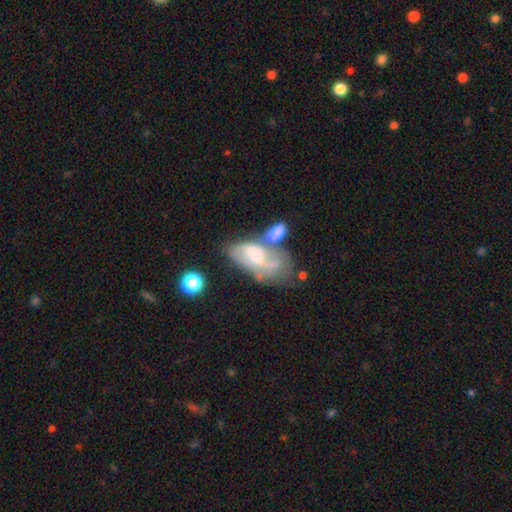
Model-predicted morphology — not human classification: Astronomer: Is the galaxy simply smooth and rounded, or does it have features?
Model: featured or disk — 70%.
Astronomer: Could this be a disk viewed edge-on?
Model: no — 94%.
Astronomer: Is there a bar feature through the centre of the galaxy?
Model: no — 52% (runner-up: weak, 38%).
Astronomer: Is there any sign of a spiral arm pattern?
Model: yes — 83%.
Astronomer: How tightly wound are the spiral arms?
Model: medium — 45% (runner-up: loose, 31%).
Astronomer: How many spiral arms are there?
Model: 2 — 64%.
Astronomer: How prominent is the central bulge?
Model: moderate — 48% (runner-up: small, 44%).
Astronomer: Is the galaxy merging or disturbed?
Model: merger — 36% (runner-up: none, 32%).